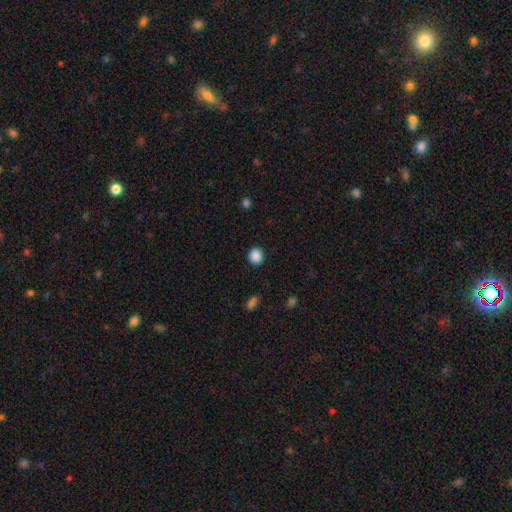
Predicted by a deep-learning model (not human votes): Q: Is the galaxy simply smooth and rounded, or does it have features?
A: smooth — 88%.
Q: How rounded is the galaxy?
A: round — 88%.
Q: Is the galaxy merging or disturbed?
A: none — 91%.